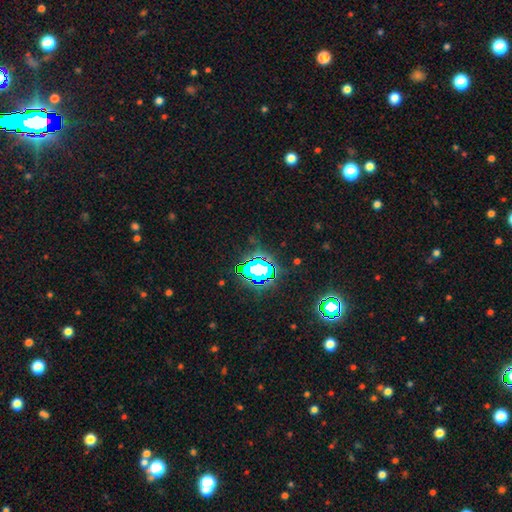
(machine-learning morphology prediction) Q: Smooth or featured?
A: star or artifact (78%); runner-up: smooth (14%)